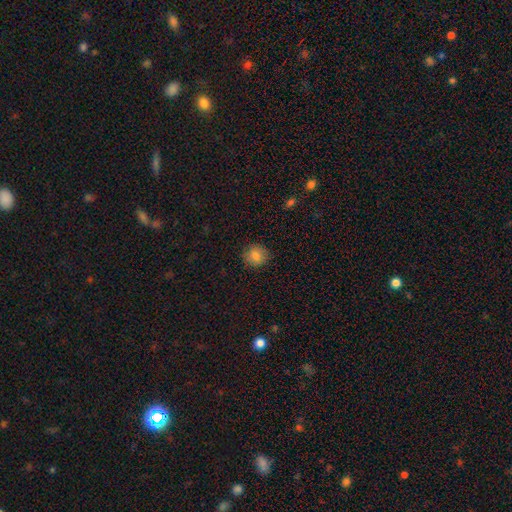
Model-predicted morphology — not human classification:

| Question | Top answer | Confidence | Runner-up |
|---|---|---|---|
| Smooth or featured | smooth | 81% | star or artifact (11%) |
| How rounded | round | 88% | in between (11%) |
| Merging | none | 88% | minor disturbance (9%) |